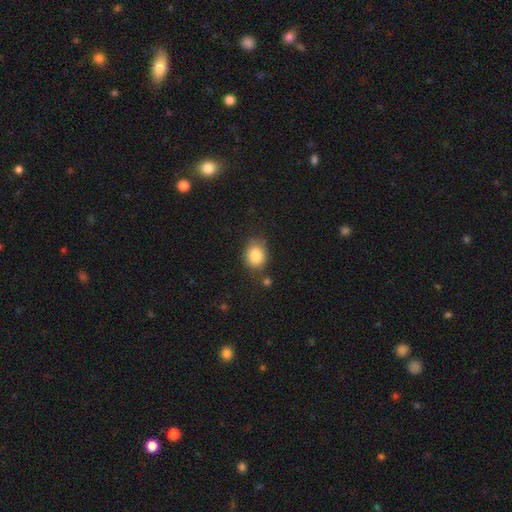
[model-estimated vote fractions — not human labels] This appears to be a smooth galaxy with no disk features (86%) that is in between round and cigar-shaped (55%). Merging: none (73%).